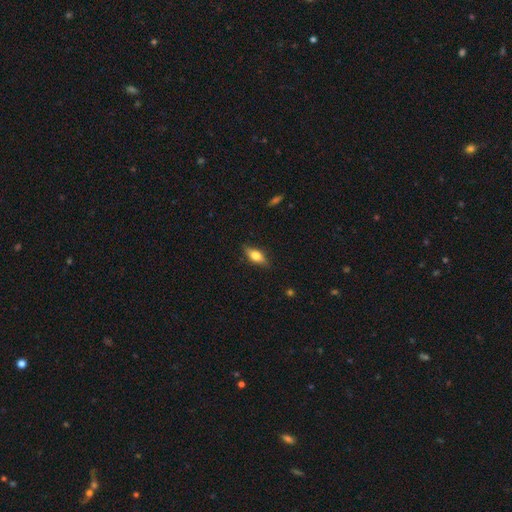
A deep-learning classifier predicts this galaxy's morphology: The model was most divided on "smooth or featured": smooth: 67%, featured or disk: 26%, star or artifact: 7%. More confident: merging — none (83%); how rounded — in between (75%).